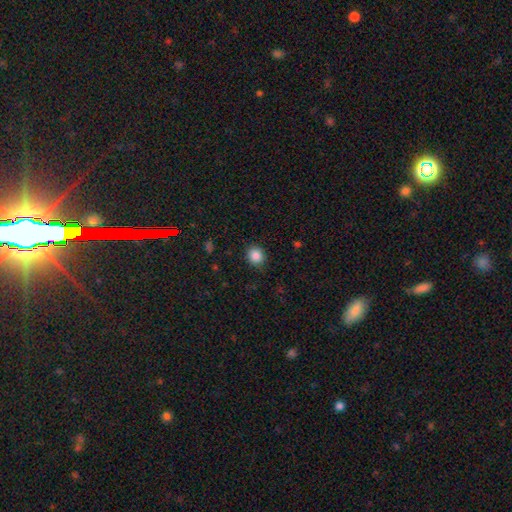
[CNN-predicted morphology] smooth-or-featured: smooth: 86% | star or artifact: 10% | featured or disk: 4%
  how-rounded: round: 82% | in between: 17% | cigar-shaped: 1%
  merging: none: 88% | minor disturbance: 8% | major disturbance: 3% | merger: 1%